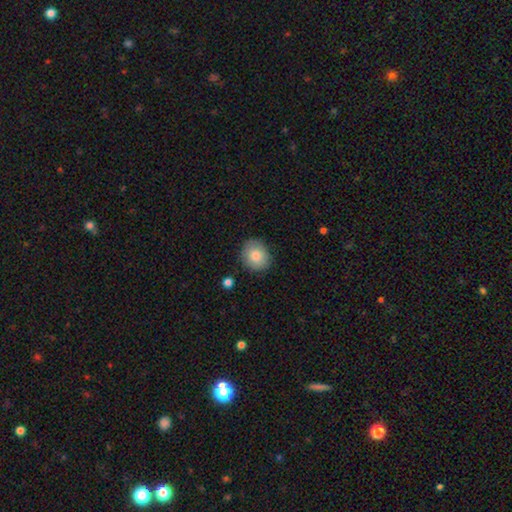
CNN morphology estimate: Overall: smooth (82%). How rounded: round (71%). Merging: none (84%).